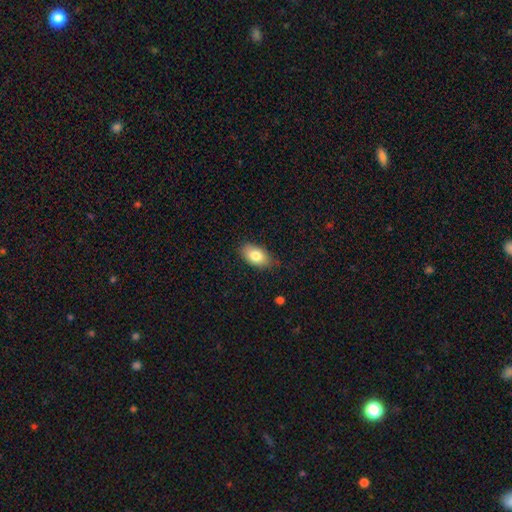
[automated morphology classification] A smooth galaxy with no disk features (80%) that is in between round and cigar-shaped (90%). Merging: none (77%).